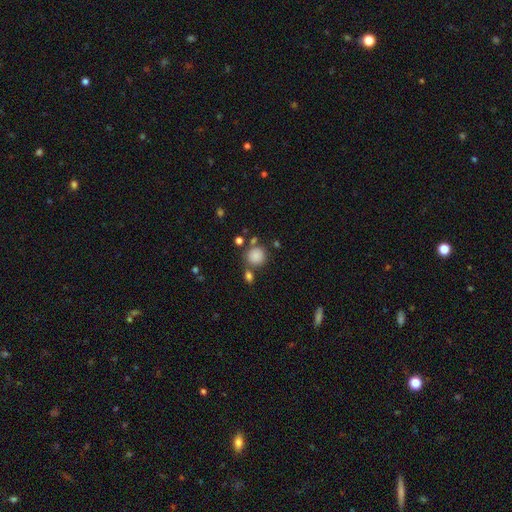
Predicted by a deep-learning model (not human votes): This is clearly a smooth galaxy (84%). How rounded: clearly round (88%). Merging: likely none (70%).